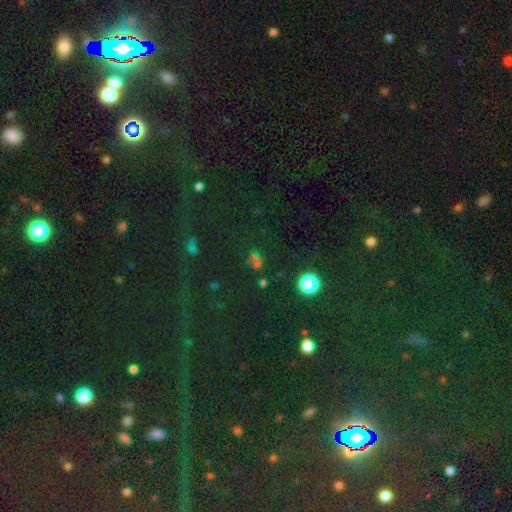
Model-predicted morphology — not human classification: Smooth or featured? Predicted: star or artifact (p=0.55).